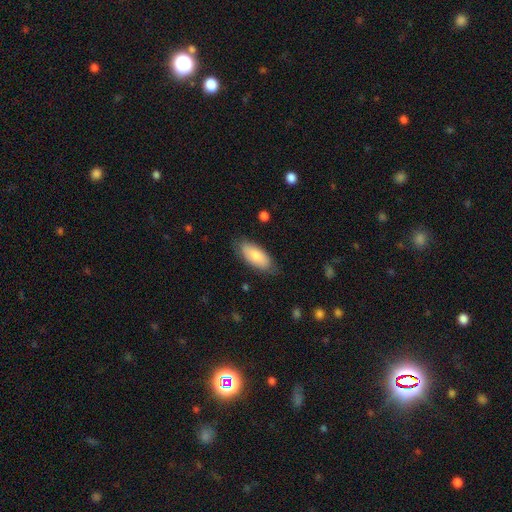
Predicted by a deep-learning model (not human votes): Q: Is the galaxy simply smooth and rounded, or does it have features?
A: smooth — 79%.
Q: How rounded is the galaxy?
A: in between — 86%.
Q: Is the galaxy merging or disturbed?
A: none — 77%.